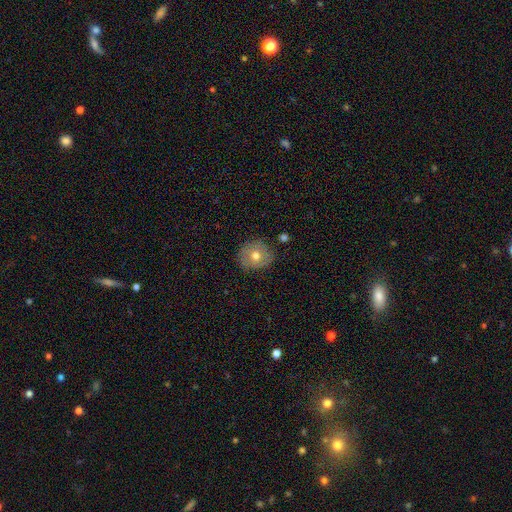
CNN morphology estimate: smooth 67%, featured or disk 24%, star or artifact 9%. Down the decision tree: how rounded — round (83%); merging — none (80%).